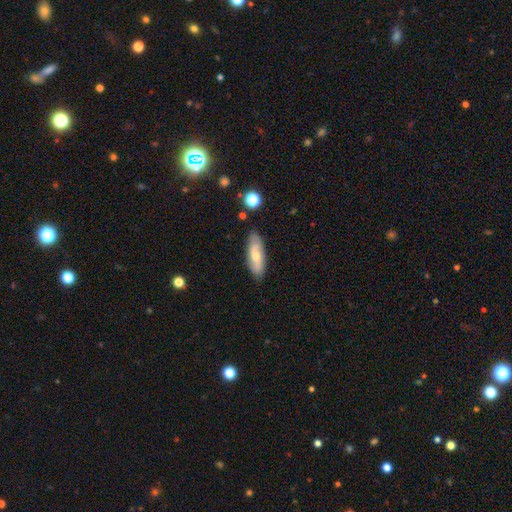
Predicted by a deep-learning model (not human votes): A smooth galaxy with no disk features (58%) that is in between round and cigar-shaped (53%). Merging: none (84%).